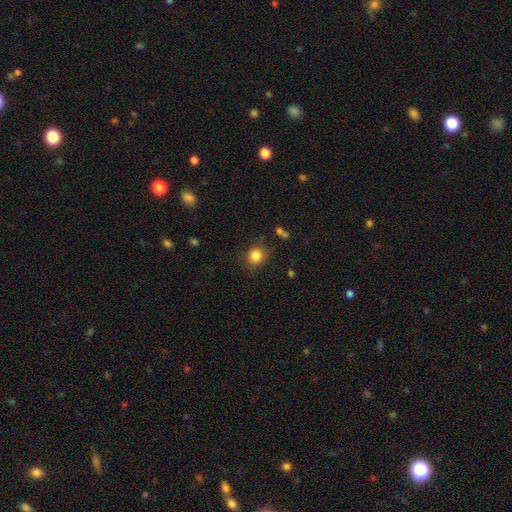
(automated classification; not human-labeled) smooth 84%, star or artifact 11%, featured or disk 5%. Down the decision tree: how rounded — round (77%); merging — none (83%).